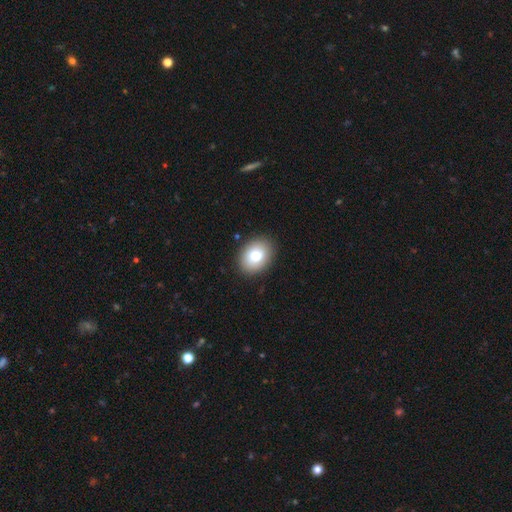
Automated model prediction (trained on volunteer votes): Q: Smooth or featured?
A: smooth (78%); runner-up: featured or disk (14%)
Q: How rounded?
A: in between (67%); runner-up: round (32%)
Q: Merging?
A: none (89%); runner-up: minor disturbance (8%)